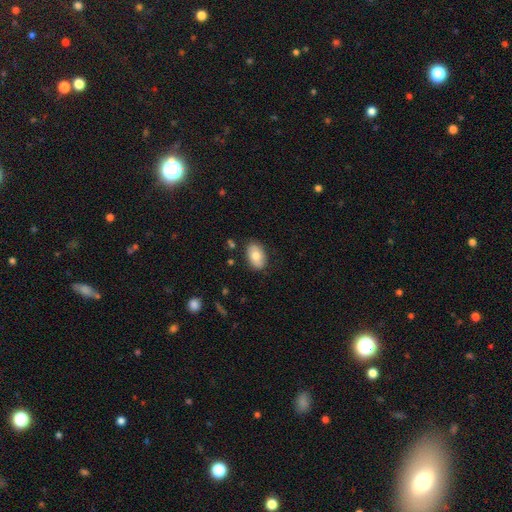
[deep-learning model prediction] smooth 76%, featured or disk 18%, star or artifact 7%. Down the decision tree: how rounded — in between (90%); merging — none (84%).